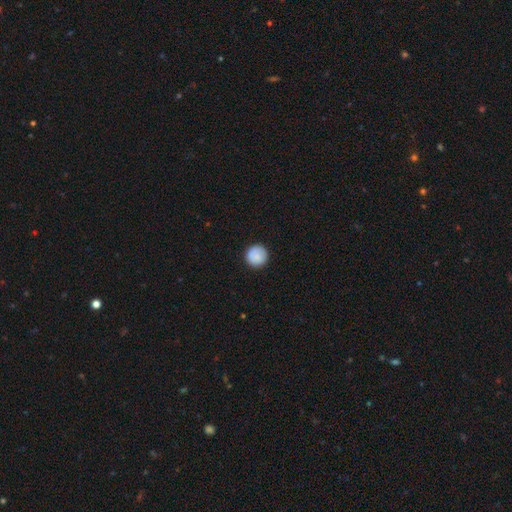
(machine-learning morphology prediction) Smooth or featured: smooth — 88% (star or artifact — 7%)
How rounded: round — 96% (in between — 3%)
Merging: none — 91% (minor disturbance — 7%)